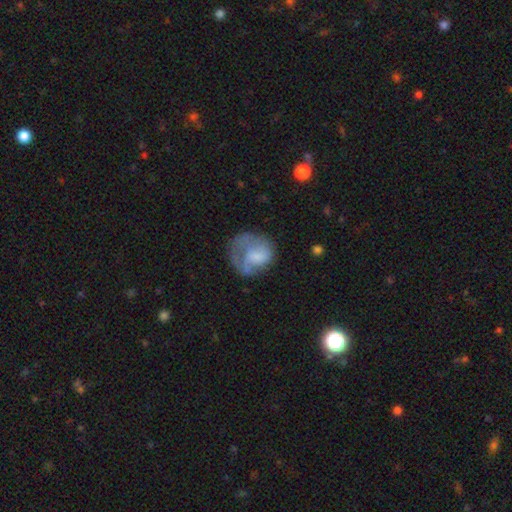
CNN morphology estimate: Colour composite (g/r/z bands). It shows a smooth galaxy with no disk features (49%). Merging: major disturbance (38%).